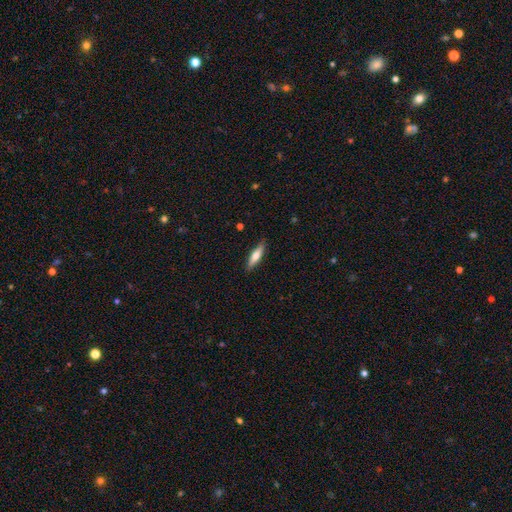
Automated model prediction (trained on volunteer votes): This is likely a smooth galaxy (62%). How rounded: likely cigar-shaped (69%). Merging: clearly none (87%).